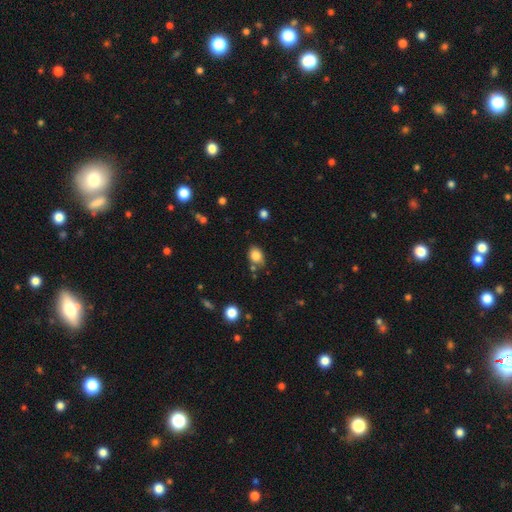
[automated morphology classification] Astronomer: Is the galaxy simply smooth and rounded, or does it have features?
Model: smooth — 84%.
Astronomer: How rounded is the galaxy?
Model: in between — 60% (runner-up: round, 39%).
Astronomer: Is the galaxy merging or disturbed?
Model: none — 72%.